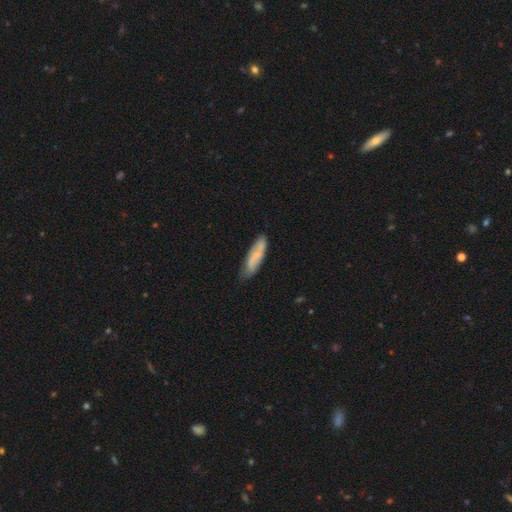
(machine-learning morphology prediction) A smooth galaxy with no disk features (53%) that is cigar-shaped (59%). Merging: none (70%).